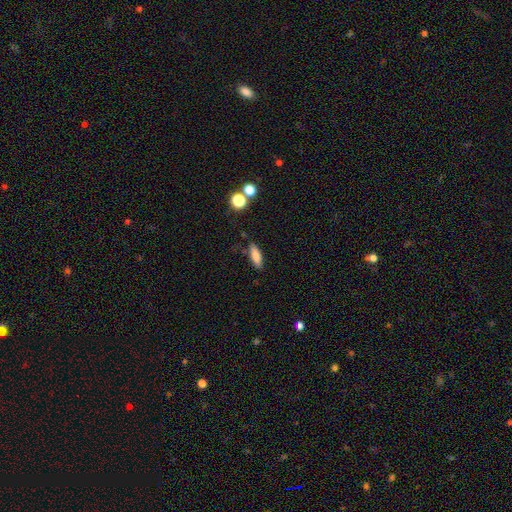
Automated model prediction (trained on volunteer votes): This is clearly a smooth galaxy (81%). How rounded: possibly in between (54%). Merging: likely none (76%).